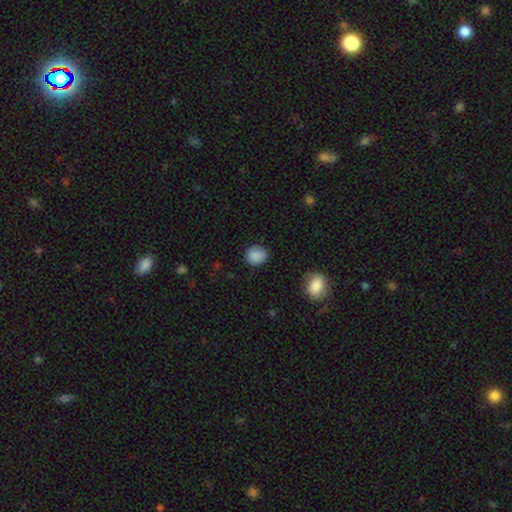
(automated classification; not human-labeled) smooth_or_featured: smooth (p=0.88) [alt: star or artifact p=0.09]
how_rounded: round (p=0.80) [alt: in between p=0.19]
merging: none (p=0.86) [alt: minor disturbance p=0.10]